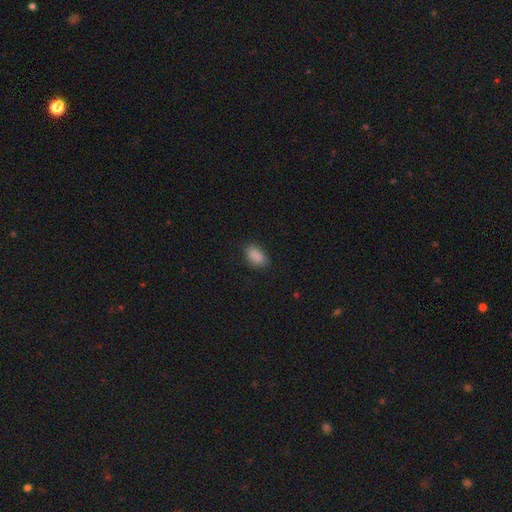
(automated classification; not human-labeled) A smooth galaxy with no disk features (88%) that is in between round and cigar-shaped (89%). Merging: none (78%).